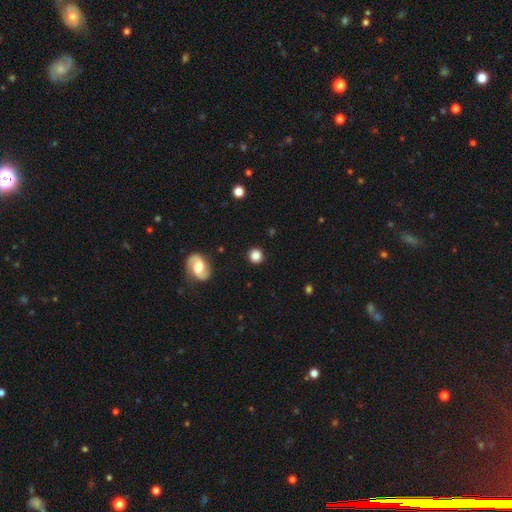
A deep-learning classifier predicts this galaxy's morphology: This is clearly a smooth galaxy (80%). How rounded: clearly round (91%). Merging: clearly none (89%).